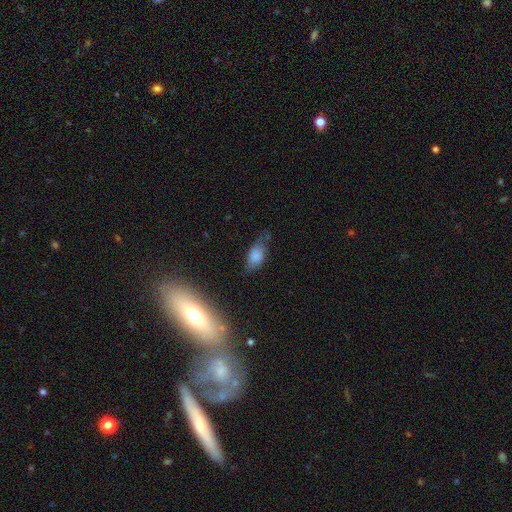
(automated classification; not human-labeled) Morphology: type=smooth (75%); roundness=in between (87%); merging=none (55%).